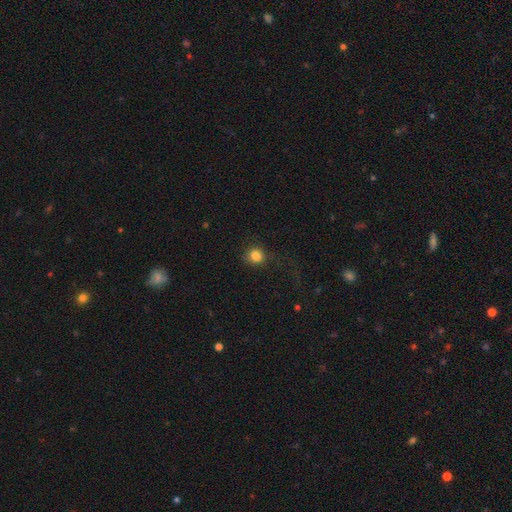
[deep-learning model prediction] This is clearly a smooth galaxy (83%). How rounded: clearly round (85%). Merging: likely none (75%).